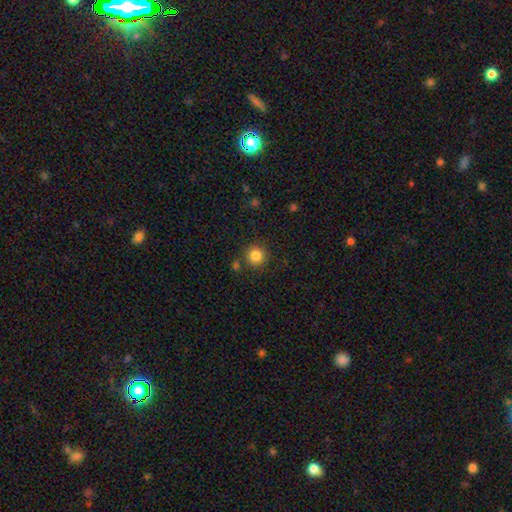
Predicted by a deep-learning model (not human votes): smooth_or_featured: smooth (p=0.84) [alt: star or artifact p=0.11]
how_rounded: round (p=0.94) [alt: in between p=0.05]
merging: none (p=0.85) [alt: minor disturbance p=0.08]